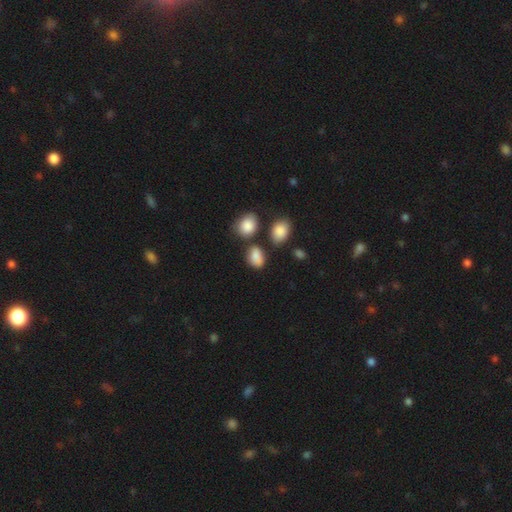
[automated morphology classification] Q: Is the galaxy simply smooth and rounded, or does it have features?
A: smooth — 85%.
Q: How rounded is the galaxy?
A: in between — 77%.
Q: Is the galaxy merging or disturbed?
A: none — 66%.